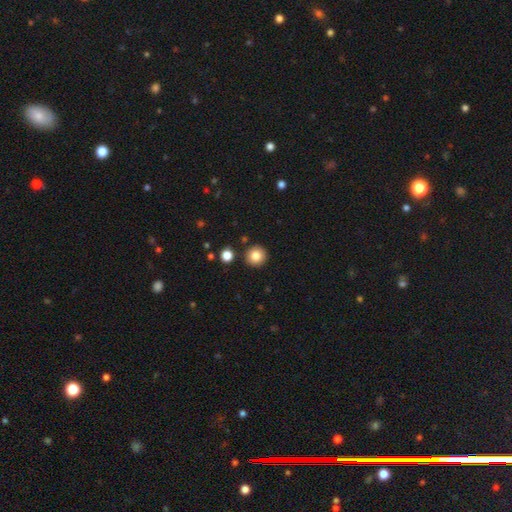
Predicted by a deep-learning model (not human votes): smooth_or_featured: smooth (p=0.83) [alt: star or artifact p=0.10]
how_rounded: round (p=0.94) [alt: in between p=0.05]
merging: none (p=0.90) [alt: minor disturbance p=0.06]